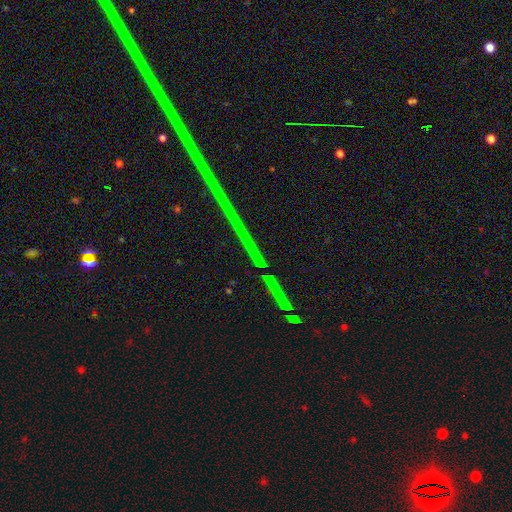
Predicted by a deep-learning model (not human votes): Smooth or featured? star or artifact (83%)